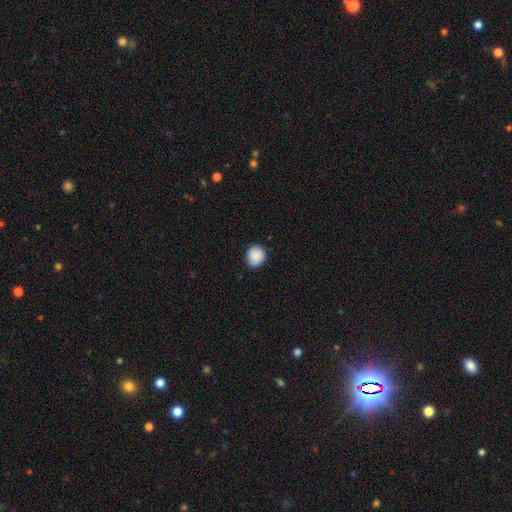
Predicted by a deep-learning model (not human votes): This is clearly a smooth galaxy (88%). How rounded: clearly round (83%). Merging: clearly none (86%).